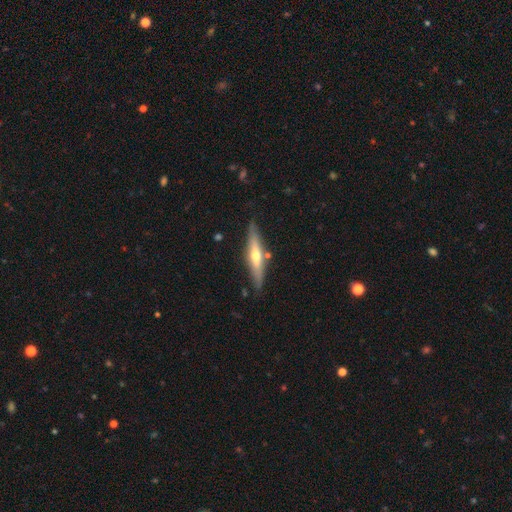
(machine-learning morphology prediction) Q: Smooth or featured?
A: featured or disk (59%); runner-up: smooth (35%)
Q: Edge-on disk?
A: yes (90%); runner-up: no (10%)
Q: Edge-on bulge?
A: rounded (85%); runner-up: none (10%)
Q: Merging?
A: none (81%); runner-up: minor disturbance (12%)